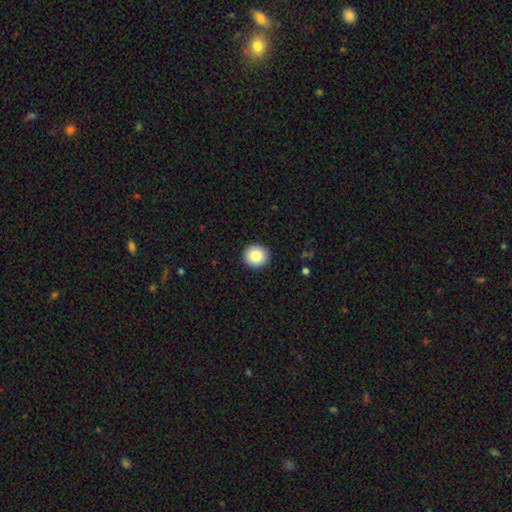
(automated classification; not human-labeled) A smooth galaxy with no disk features (83%) that is round (93%).

Vote fractions:
- Smooth or featured? smooth: 83% / star or artifact: 9% / featured or disk: 8%
- How rounded? round: 93% / in between: 6% / cigar-shaped: 1%
- Merging? none: 93% / minor disturbance: 5% / major disturbance: 1% / merger: 1%